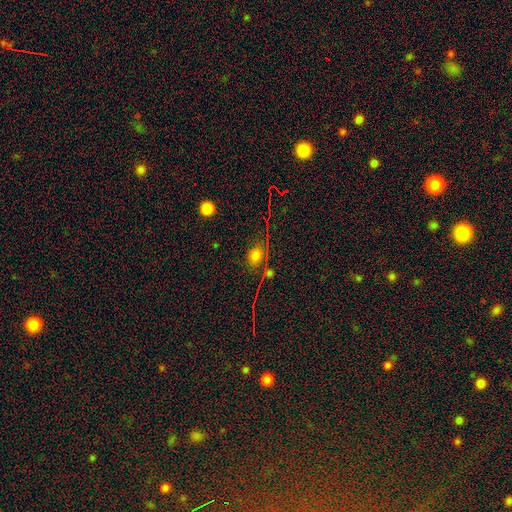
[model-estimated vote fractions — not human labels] Morphology: type=smooth (62%); roundness=round (54%); merging=none (70%).